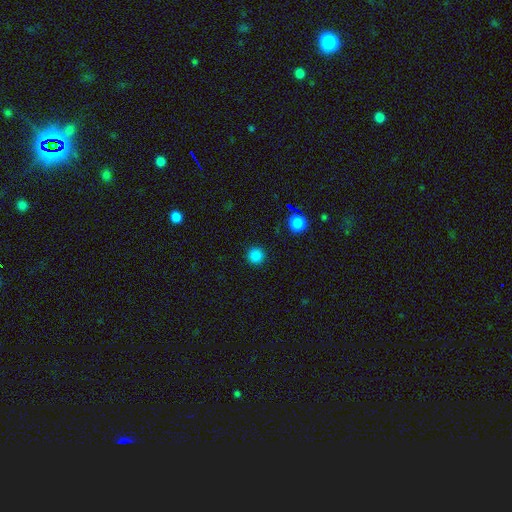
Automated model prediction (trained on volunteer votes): Smooth or featured?
  - smooth: 83% *
  - star or artifact: 13%
  - featured or disk: 3%
How rounded?
  - round: 95% *
  - in between: 4%
  - cigar-shaped: 1%
Merging?
  - none: 92% *
  - minor disturbance: 5%
  - major disturbance: 2%
  - merger: 1%